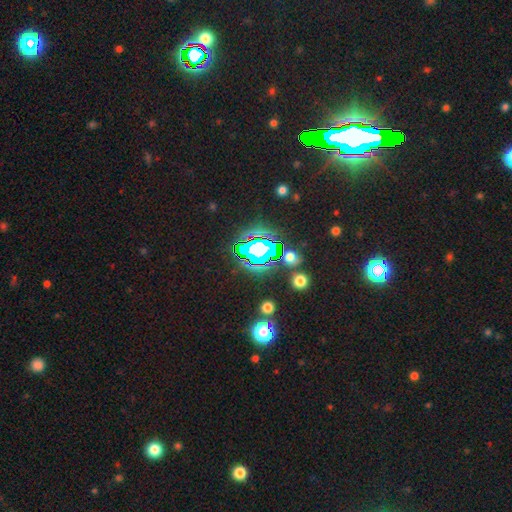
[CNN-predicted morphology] Overall: star or artifact (68%).